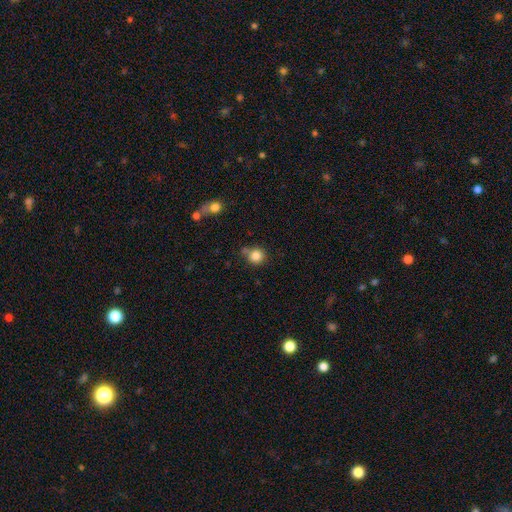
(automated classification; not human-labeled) A smooth galaxy with no disk features (84%) that is round (91%). Merging: none (69%).